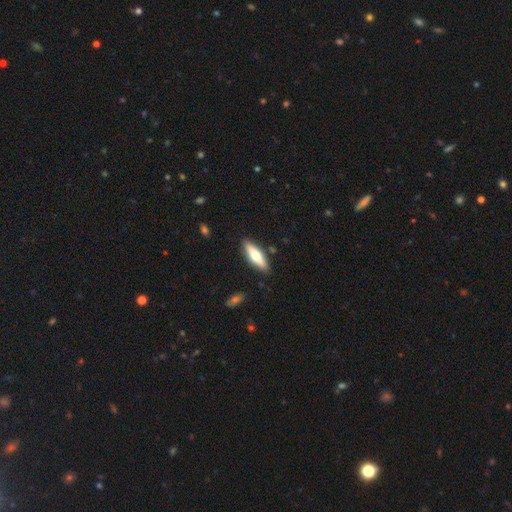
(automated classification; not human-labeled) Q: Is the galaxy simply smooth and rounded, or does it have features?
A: smooth — 54%.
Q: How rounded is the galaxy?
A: cigar-shaped — 57%.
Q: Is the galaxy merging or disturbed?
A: none — 87%.